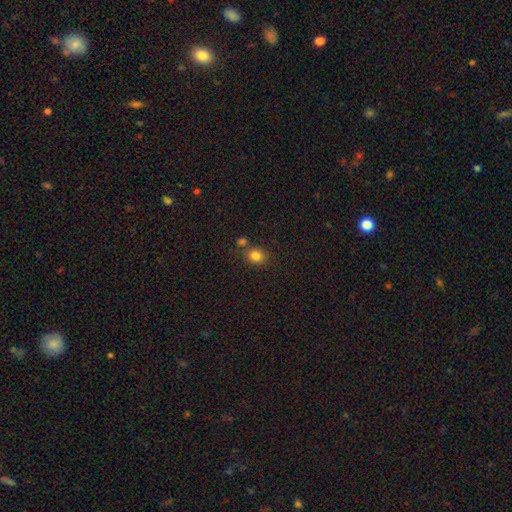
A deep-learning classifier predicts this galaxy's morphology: This is clearly a smooth galaxy (82%). How rounded: likely round (66%). Merging: likely none (71%).